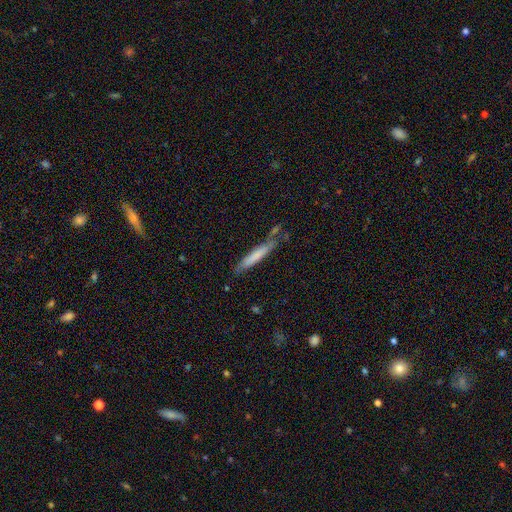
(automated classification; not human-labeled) The model was most divided on "smooth or featured": smooth: 66%, featured or disk: 28%, star or artifact: 6%. More confident: how rounded — cigar-shaped (94%); merging — none (67%).